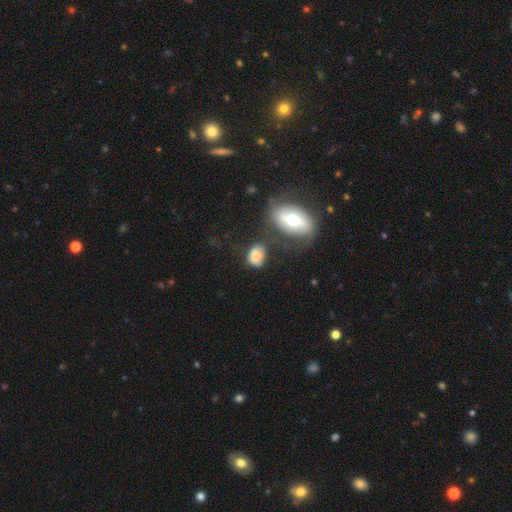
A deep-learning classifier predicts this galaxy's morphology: smooth-or-featured: smooth: 75% | featured or disk: 15% | star or artifact: 10%
  how-rounded: in between: 75% | round: 23% | cigar-shaped: 2%
  merging: none: 43% | minor disturbance: 26% | merger: 16% | major disturbance: 14%